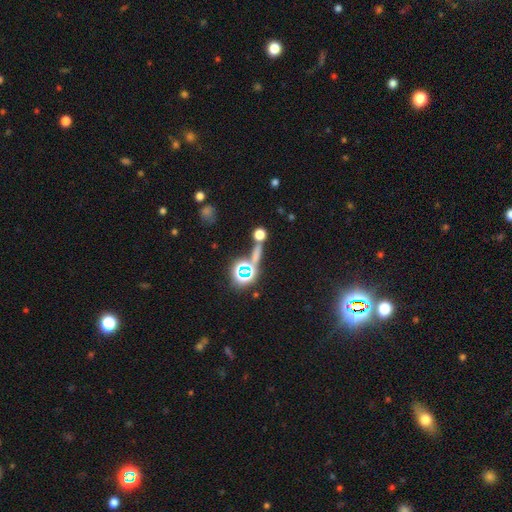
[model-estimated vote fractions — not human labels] Smooth or featured?
  - star or artifact: 47% *
  - smooth: 39%
  - featured or disk: 13%